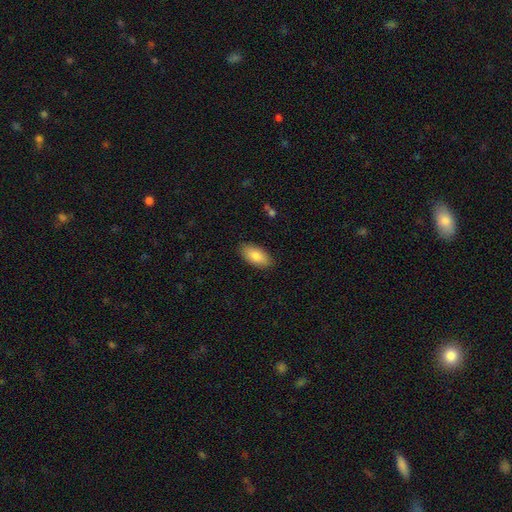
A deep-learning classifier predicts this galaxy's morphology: The model was most divided on "smooth or featured": smooth: 84%, featured or disk: 9%, star or artifact: 6%. More confident: how rounded — in between (92%); merging — none (87%).